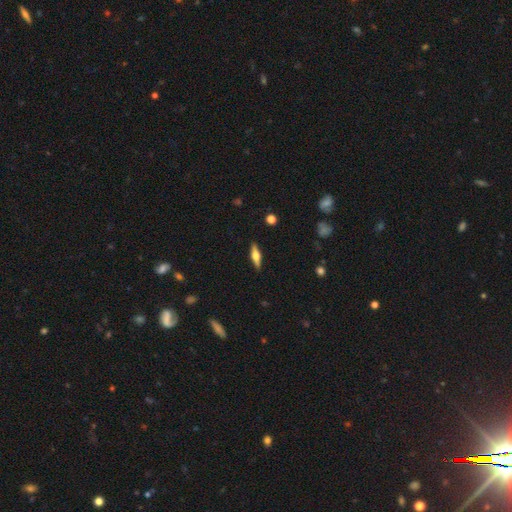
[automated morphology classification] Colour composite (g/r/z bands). It shows a featured or disk galaxy (56%) viewed edge-on (95%) with a rounded central bulge (91%). Merging: none (89%).